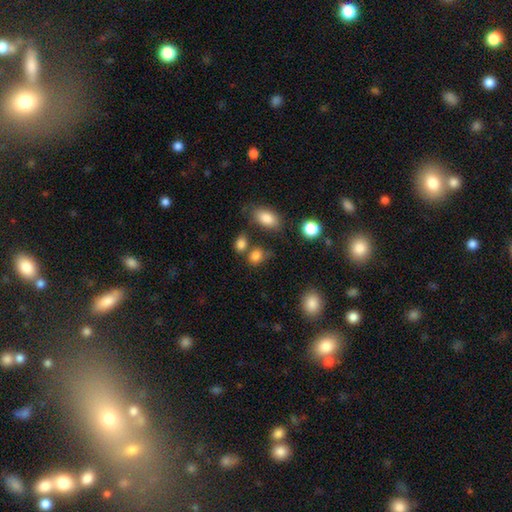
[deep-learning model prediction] Smooth or featured? Predicted: smooth (p=0.83). How rounded? Predicted: in between (p=0.54). Merging? Predicted: none (p=0.60).